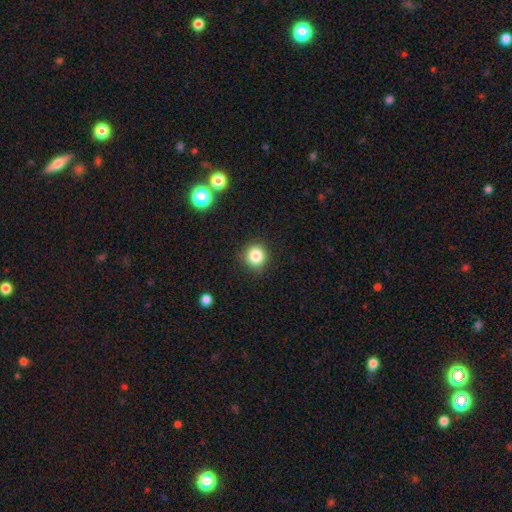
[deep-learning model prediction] This appears to be a smooth galaxy with no disk features (83%) that is round (90%). Merging: none (88%).